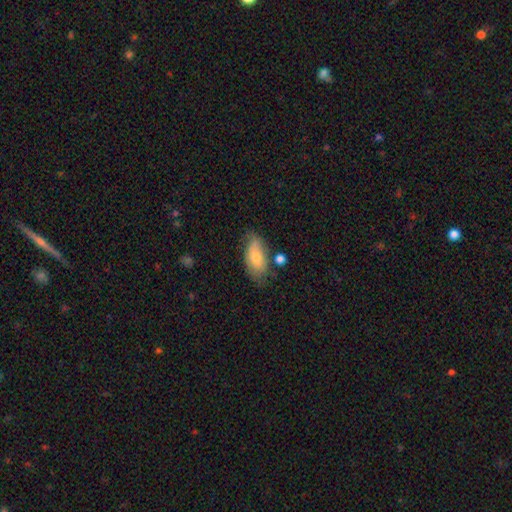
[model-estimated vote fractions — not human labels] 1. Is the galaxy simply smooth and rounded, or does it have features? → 71% smooth, 22% featured or disk, 7% star or artifact.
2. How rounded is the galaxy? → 89% in between, 7% cigar-shaped, 3% round.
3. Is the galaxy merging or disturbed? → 61% none, 26% minor disturbance, 7% major disturbance, 6% merger.